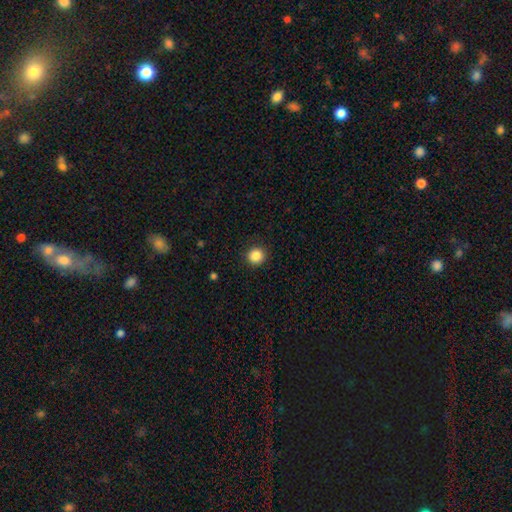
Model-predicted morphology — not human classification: The model was most divided on "smooth or featured": smooth: 87%, star or artifact: 10%, featured or disk: 3%. More confident: how rounded — round (92%); merging — none (91%).